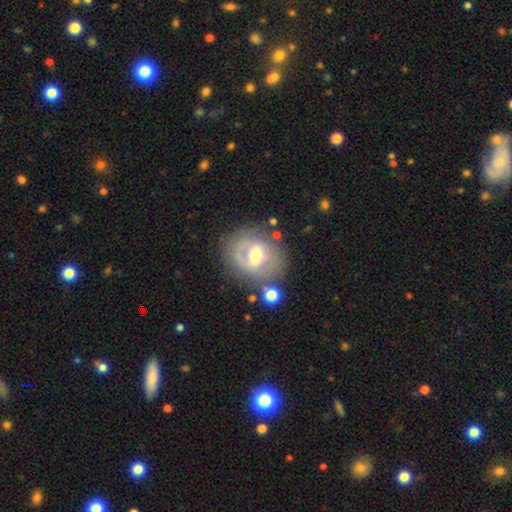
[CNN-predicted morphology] Smooth or featured: featured or disk — 64% (smooth — 28%)
Edge-on disk: no — 95% (yes — 5%)
Bar: weak — 47% (no — 27%)
Spiral arms: yes — 54% (no — 46%)
Bulge size: moderate — 70% (small — 21%)
Merging: none — 71% (minor disturbance — 16%)